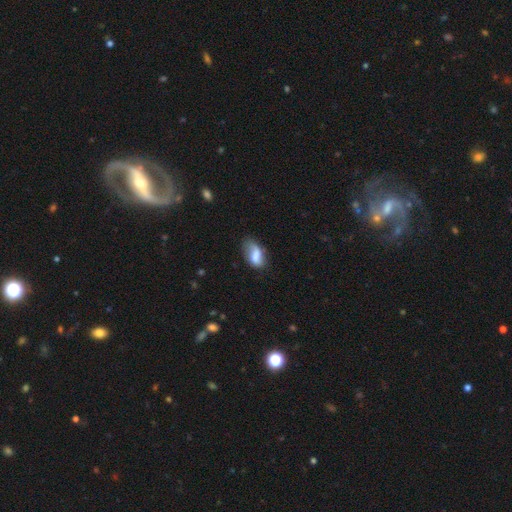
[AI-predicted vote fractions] smooth_or_featured: smooth (p=0.70) [alt: featured or disk p=0.22]
how_rounded: in between (p=0.90) [alt: round p=0.05]
merging: none (p=0.40) [alt: minor disturbance p=0.37]